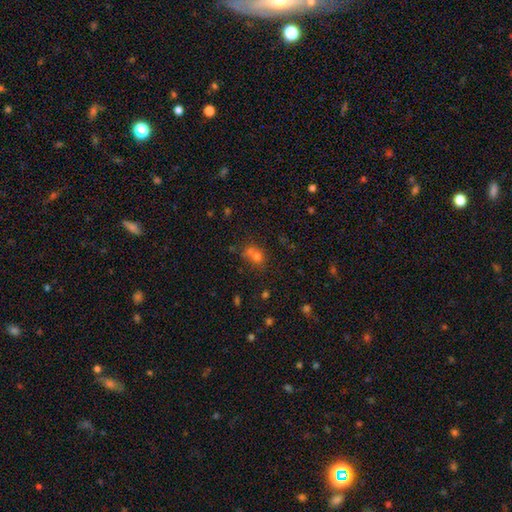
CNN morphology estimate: A smooth galaxy with no disk features (63%) that is round (67%). Merging: none (41%, tied with merger).